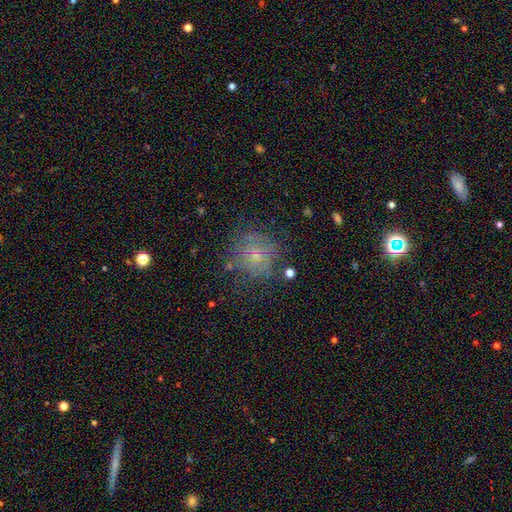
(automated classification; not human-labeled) Smooth or featured?
  - smooth: 42% *
  - featured or disk: 35%
  - star or artifact: 23%
Merging?
  - none: 68% *
  - minor disturbance: 17%
  - major disturbance: 12%
  - merger: 3%